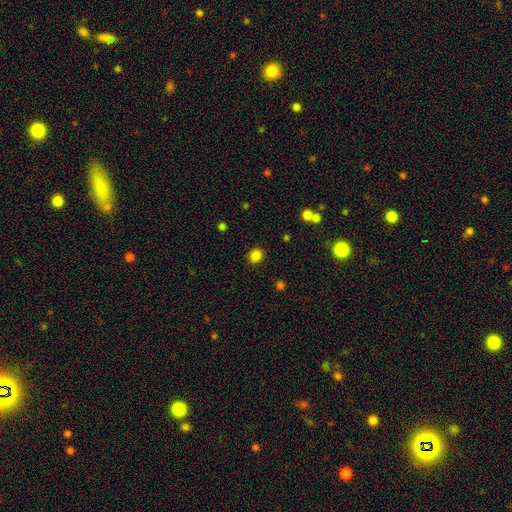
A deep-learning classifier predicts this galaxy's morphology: The model was most divided on "how rounded": round: 77%, in between: 22%, cigar-shaped: 1%. More confident: merging — none (89%); smooth or featured — smooth (84%).